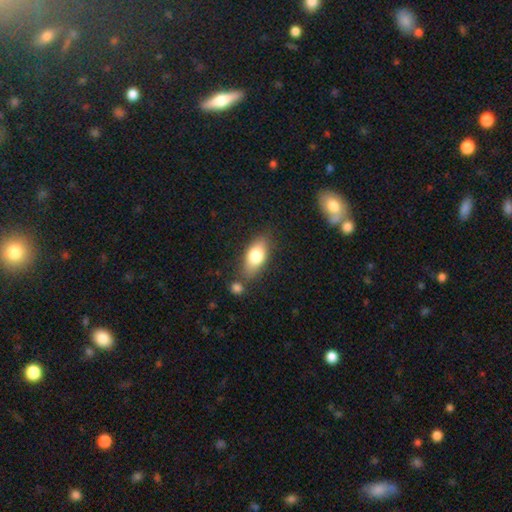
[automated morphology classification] Smooth or featured: smooth — 77% (featured or disk — 16%)
How rounded: in between — 86% (cigar-shaped — 9%)
Merging: none — 72% (minor disturbance — 15%)